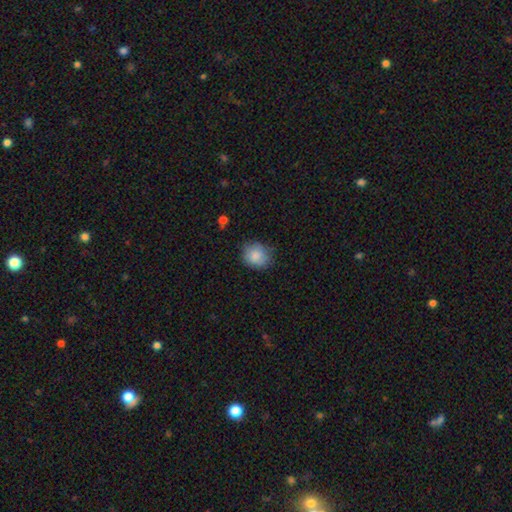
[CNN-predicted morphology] Overall: smooth (85%). How rounded: round (69%; in between 30%). Merging: none (75%).